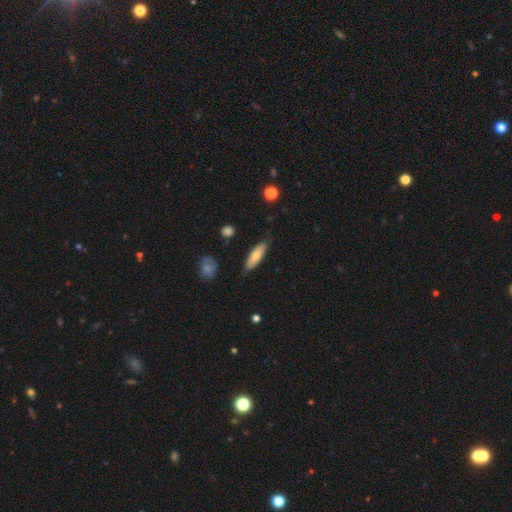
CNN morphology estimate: smooth-or-featured: smooth: 74% | featured or disk: 20% | star or artifact: 6%
  how-rounded: cigar-shaped: 53% | in between: 45% | round: 2%
  merging: none: 79% | minor disturbance: 16% | major disturbance: 3% | merger: 2%